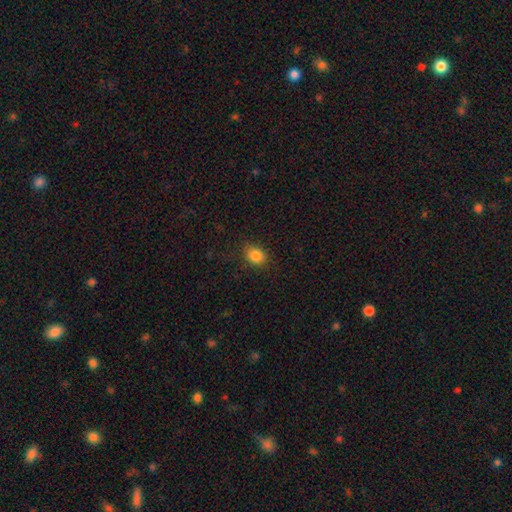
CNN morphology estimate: Q: Smooth or featured?
A: smooth (84%); runner-up: star or artifact (11%)
Q: How rounded?
A: in between (54%); runner-up: round (45%)
Q: Merging?
A: none (84%); runner-up: minor disturbance (12%)